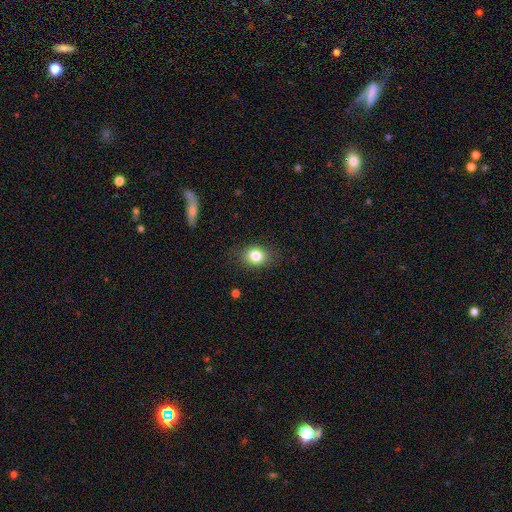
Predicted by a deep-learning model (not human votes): A smooth galaxy with no disk features (81%) that is round (50%).

Vote fractions:
- Smooth or featured? smooth: 81% / star or artifact: 10% / featured or disk: 8%
- How rounded? round: 50% / in between: 49% / cigar-shaped: 1%
- Merging? none: 83% / minor disturbance: 13% / major disturbance: 3% / merger: 1%